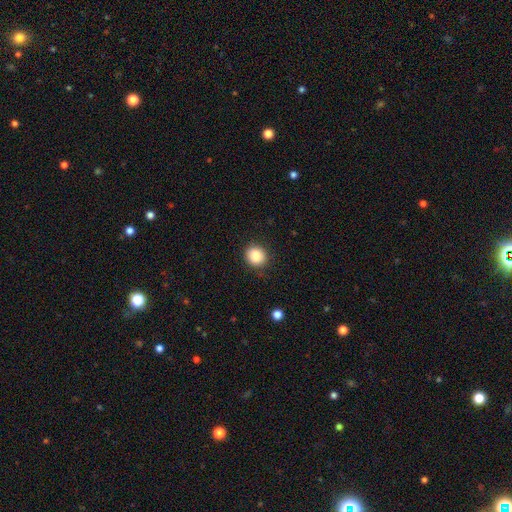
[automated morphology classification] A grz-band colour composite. It shows a smooth galaxy with no disk features (86%) that is round (84%). Merging: none (89%).